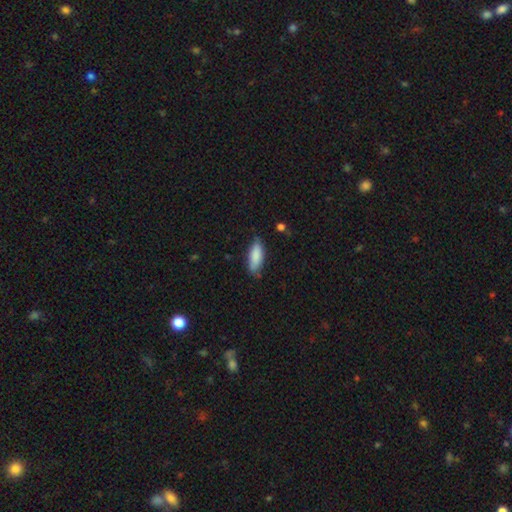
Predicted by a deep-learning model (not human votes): A smooth galaxy with no disk features (86%) that is in between round and cigar-shaped (72%). Merging: none (73%).